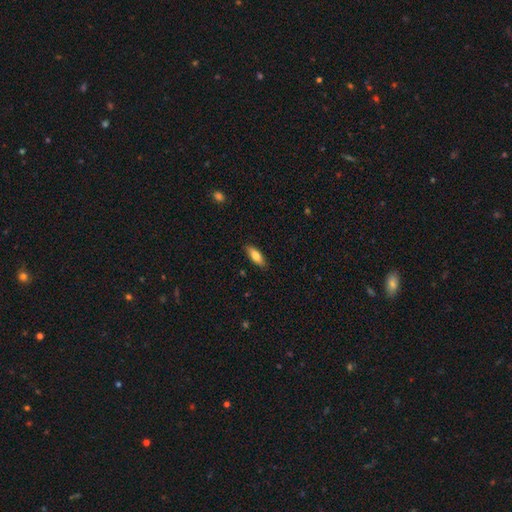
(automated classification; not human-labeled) This is likely a smooth galaxy (77%). How rounded: likely in between (66%). Merging: clearly none (87%).